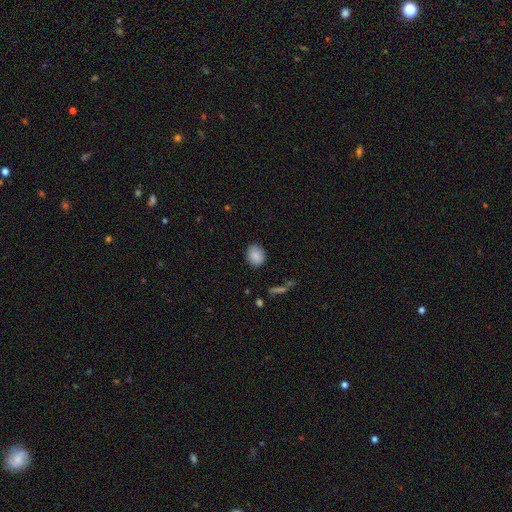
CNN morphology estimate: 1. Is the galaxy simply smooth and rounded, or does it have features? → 85% smooth, 8% star or artifact, 6% featured or disk.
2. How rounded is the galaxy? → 57% round, 42% in between, 1% cigar-shaped.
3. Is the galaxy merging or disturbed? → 87% none, 9% minor disturbance, 2% major disturbance, 1% merger.